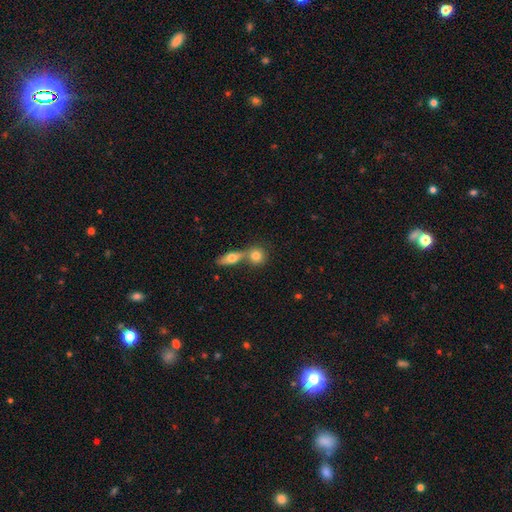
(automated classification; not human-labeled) Smooth or featured? Predicted: smooth (p=0.77). How rounded? Predicted: round (p=0.76). Merging? Predicted: none (p=0.48).